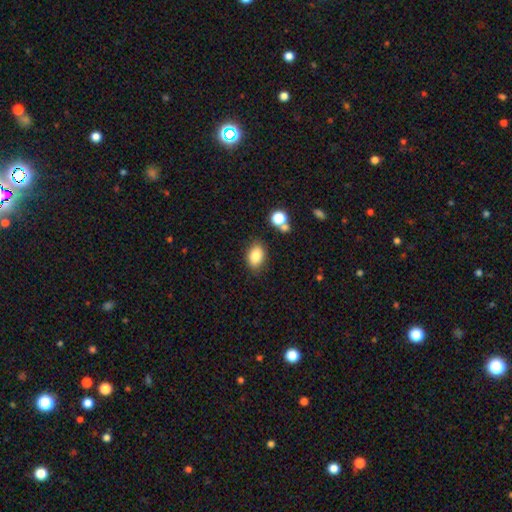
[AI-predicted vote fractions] Q: Smooth or featured?
A: smooth (84%); runner-up: star or artifact (9%)
Q: How rounded?
A: in between (85%); runner-up: round (13%)
Q: Merging?
A: none (80%); runner-up: minor disturbance (13%)